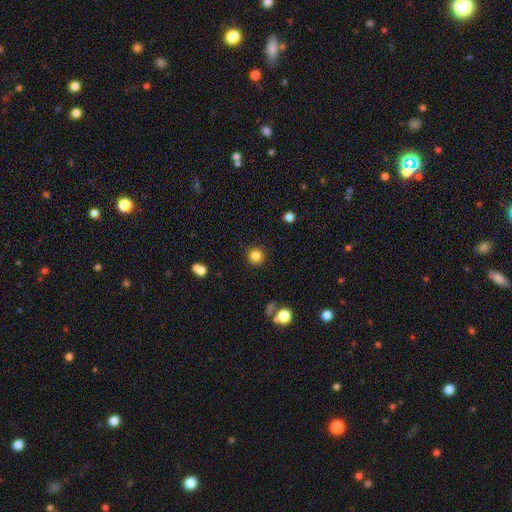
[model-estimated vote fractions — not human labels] A smooth galaxy with no disk features (83%) that is round (94%). Merging: none (90%).